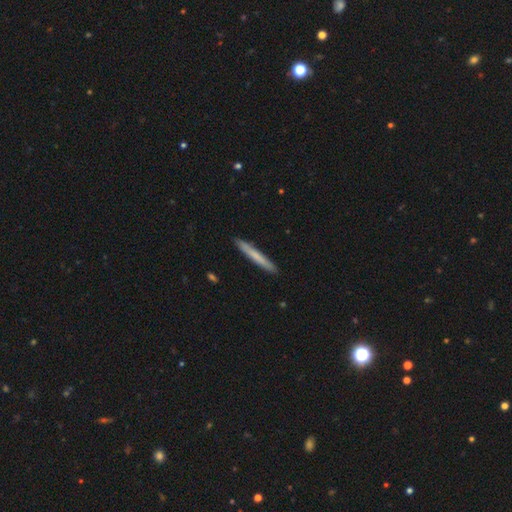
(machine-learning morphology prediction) Q: Smooth or featured?
A: smooth (66%); runner-up: featured or disk (29%)
Q: How rounded?
A: cigar-shaped (97%); runner-up: in between (2%)
Q: Merging?
A: none (91%); runner-up: minor disturbance (7%)